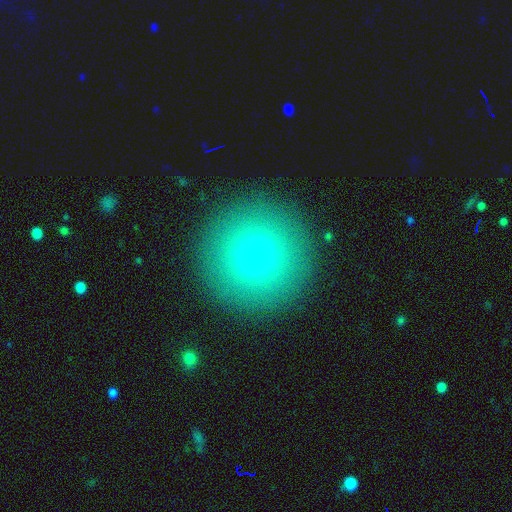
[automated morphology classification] smooth-or-featured: smooth: 70% | star or artifact: 16% | featured or disk: 14%
  how-rounded: round: 96% | in between: 3% | cigar-shaped: 1%
  merging: none: 90% | minor disturbance: 6% | major disturbance: 3% | merger: 1%